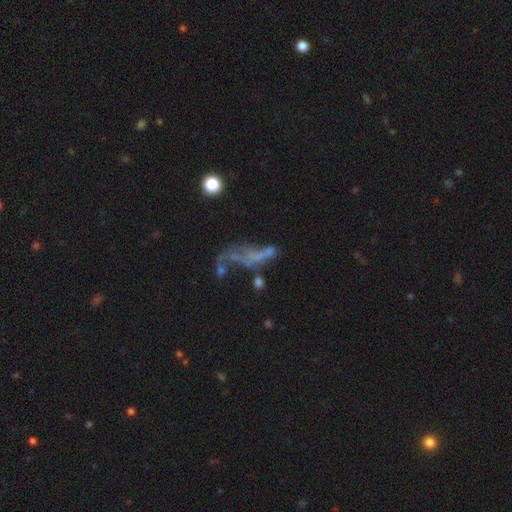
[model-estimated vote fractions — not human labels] This is possibly a featured or disk galaxy (50%). It is clearly not viewed edge-on (83%). Merging: marginally major disturbance (36%).